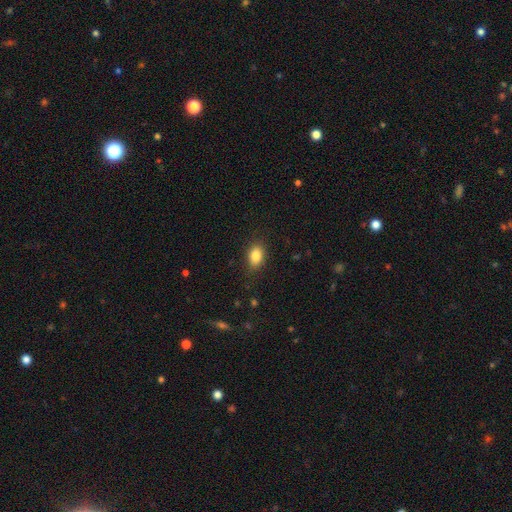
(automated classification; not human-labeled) Overall: smooth (85%). How rounded: in between (80%). Merging: none (84%).